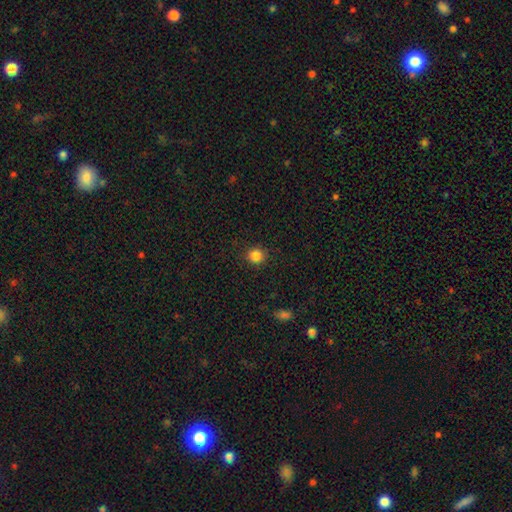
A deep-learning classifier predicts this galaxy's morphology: Smooth or featured? smooth (85%)
How rounded? round (91%)
Merging? none (90%)